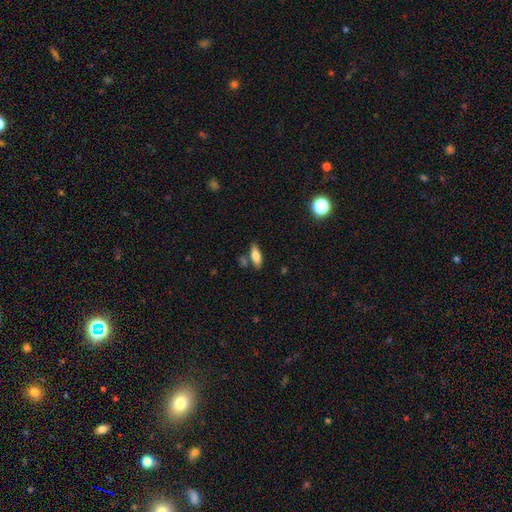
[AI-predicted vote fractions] Smooth or featured? smooth (74%)
How rounded? in between (73%)
Merging? none (73%)